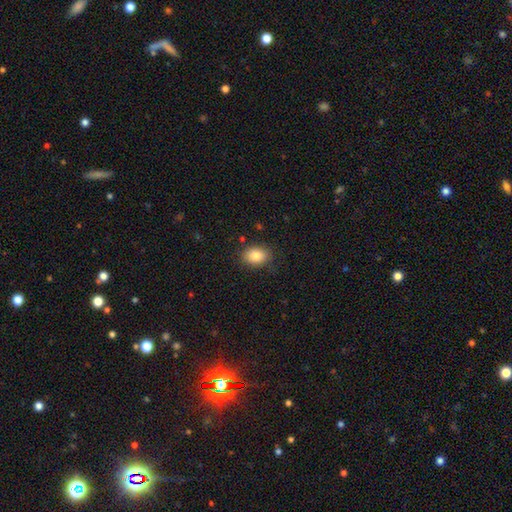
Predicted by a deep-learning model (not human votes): This is clearly a smooth galaxy (84%). How rounded: likely in between (73%). Merging: clearly none (84%).